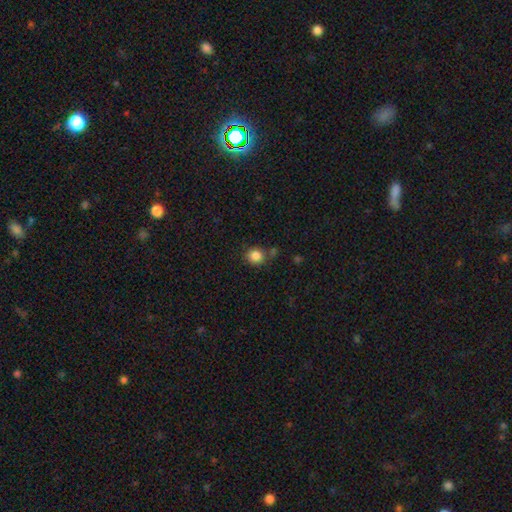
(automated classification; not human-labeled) Smooth or featured: smooth — 85% (star or artifact — 11%)
How rounded: round — 84% (in between — 15%)
Merging: none — 76% (minor disturbance — 12%)